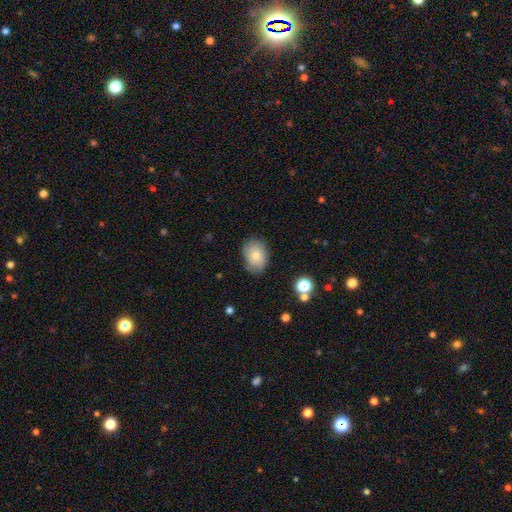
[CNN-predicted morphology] This is likely a smooth galaxy (77%). How rounded: likely in between (73%). Merging: likely none (74%).